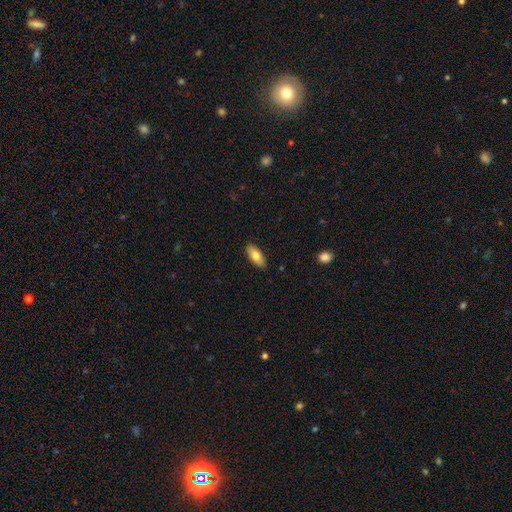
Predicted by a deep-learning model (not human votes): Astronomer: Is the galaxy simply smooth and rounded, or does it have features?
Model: smooth — 76%.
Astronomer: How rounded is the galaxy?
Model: in between — 81%.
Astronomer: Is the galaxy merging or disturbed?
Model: none — 88%.